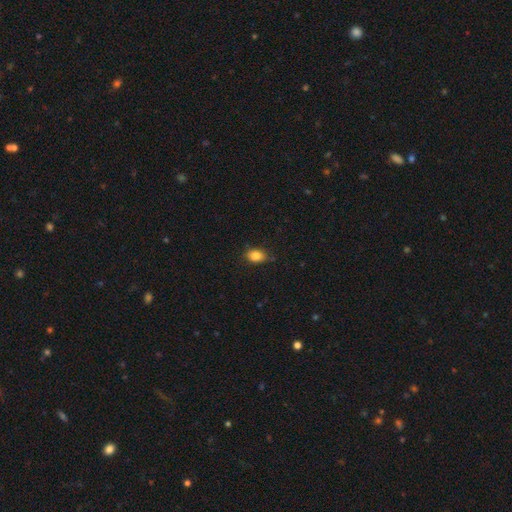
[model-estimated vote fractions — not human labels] smooth 85%, star or artifact 9%, featured or disk 6%. Down the decision tree: how rounded — in between (79%); merging — none (76%).